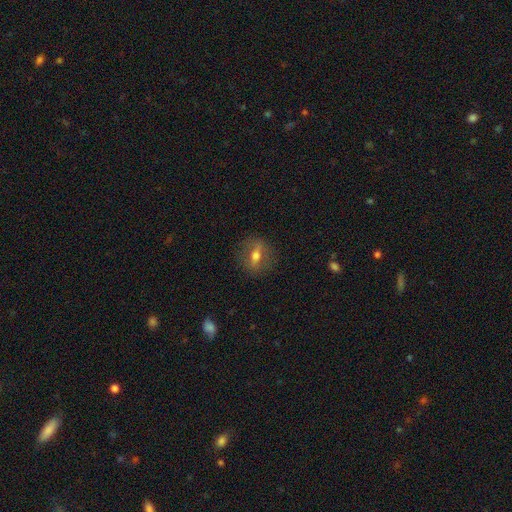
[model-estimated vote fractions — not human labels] Overall: featured or disk (49%; smooth 40%). Merging: none (84%).